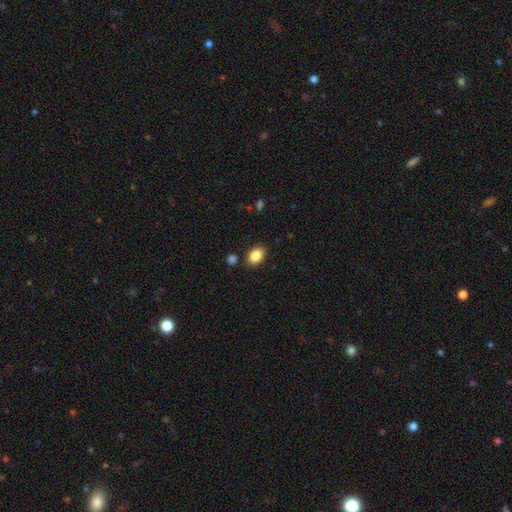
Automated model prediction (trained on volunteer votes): Smooth or featured: smooth — 86% (star or artifact — 8%)
How rounded: in between — 80% (round — 19%)
Merging: none — 85% (minor disturbance — 10%)